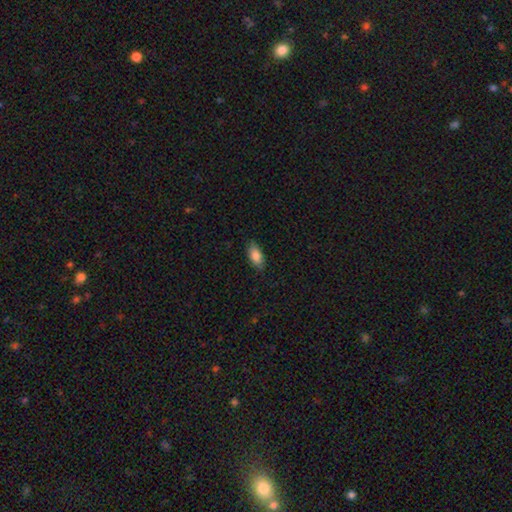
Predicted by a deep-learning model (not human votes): smooth_or_featured: smooth (p=0.85) [alt: featured or disk p=0.09]
how_rounded: in between (p=0.89) [alt: cigar-shaped p=0.08]
merging: none (p=0.84) [alt: minor disturbance p=0.12]